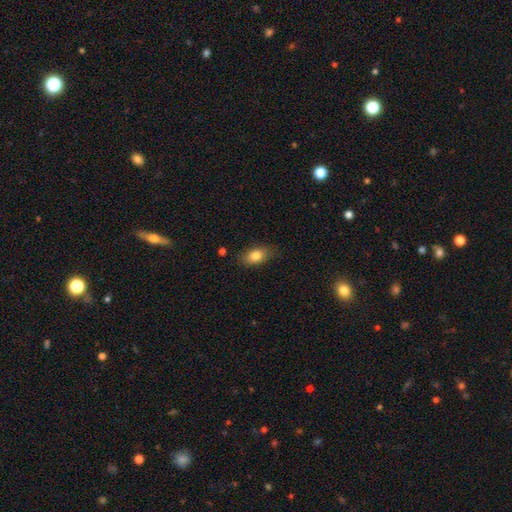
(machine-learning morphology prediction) Overall: smooth (82%). How rounded: in between (87%). Merging: none (80%).